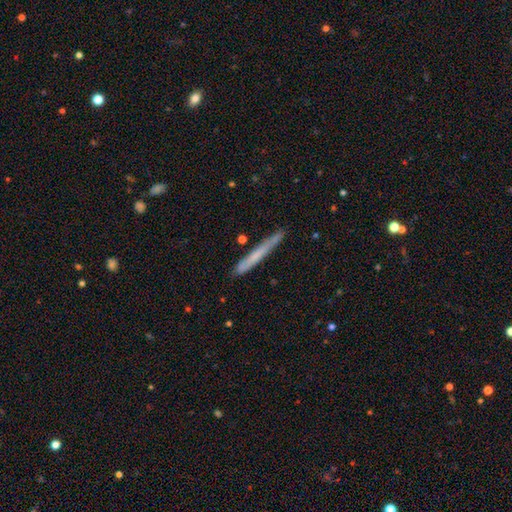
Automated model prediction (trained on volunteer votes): Smooth or featured?
  - smooth: 58% *
  - featured or disk: 35%
  - star or artifact: 6%
How rounded?
  - cigar-shaped: 97% *
  - in between: 2%
  - round: 1%
Merging?
  - none: 85% *
  - minor disturbance: 11%
  - merger: 2%
  - major disturbance: 2%